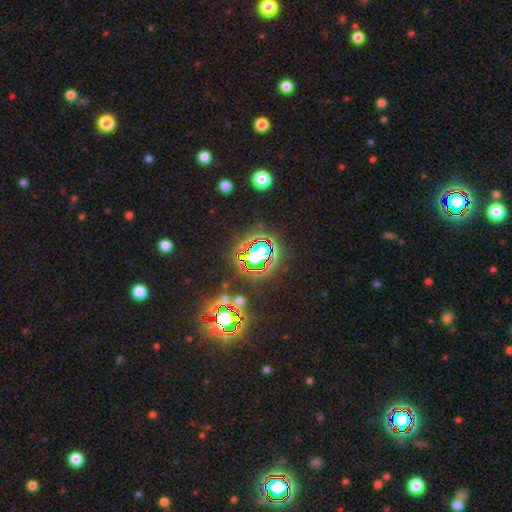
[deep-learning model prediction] smooth_or_featured: star or artifact (p=0.63) [alt: smooth p=0.20]